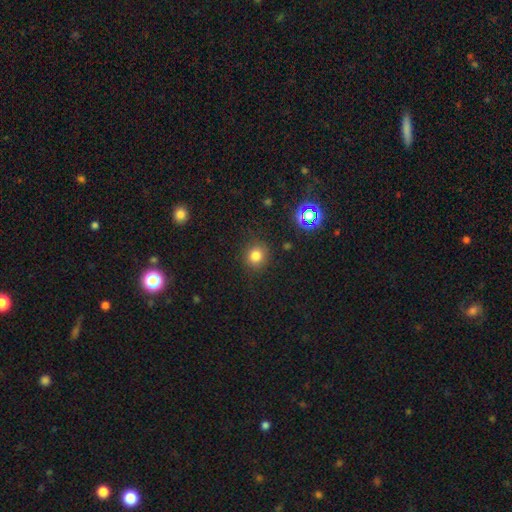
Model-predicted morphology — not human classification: Smooth or featured: smooth — 78% (star or artifact — 16%)
How rounded: round — 87% (in between — 12%)
Merging: none — 87% (minor disturbance — 9%)